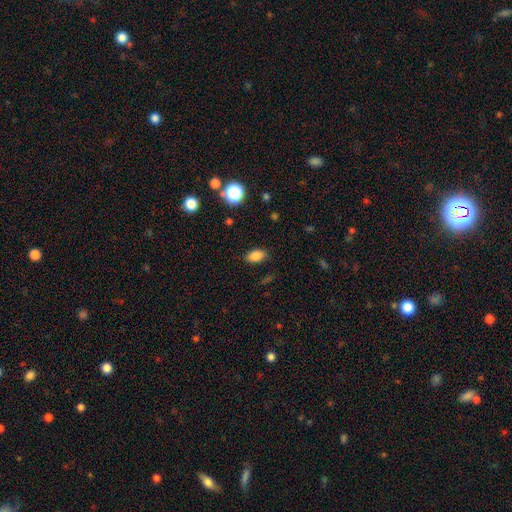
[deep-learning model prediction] Smooth or featured: smooth — 83% (star or artifact — 11%)
How rounded: in between — 88% (round — 9%)
Merging: none — 84% (minor disturbance — 11%)